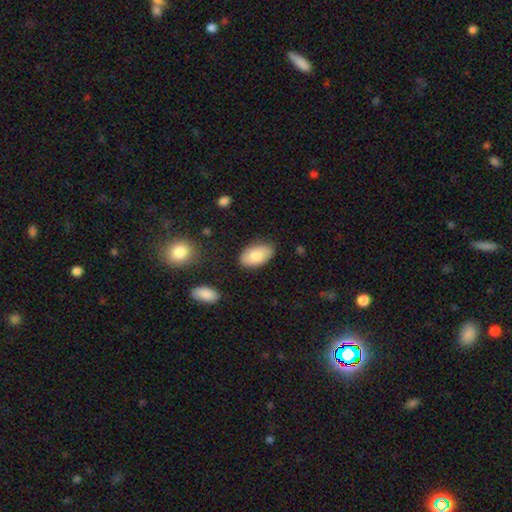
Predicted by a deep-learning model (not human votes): Smooth or featured? Predicted: smooth (p=0.80). How rounded? Predicted: in between (p=0.94). Merging? Predicted: none (p=0.81).